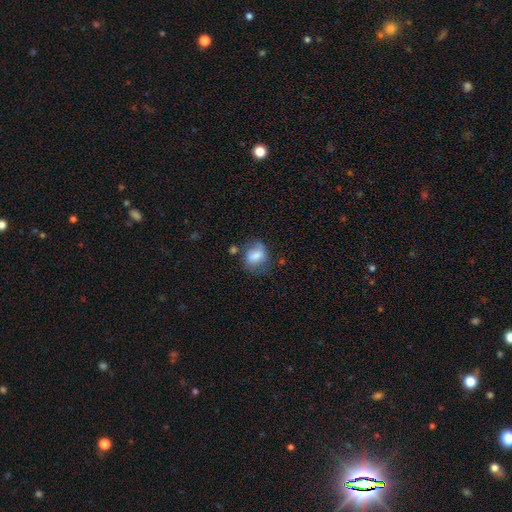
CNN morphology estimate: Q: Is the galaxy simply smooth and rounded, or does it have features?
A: smooth — 70%.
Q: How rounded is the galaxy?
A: in between — 57%.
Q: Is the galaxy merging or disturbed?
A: none — 47%.